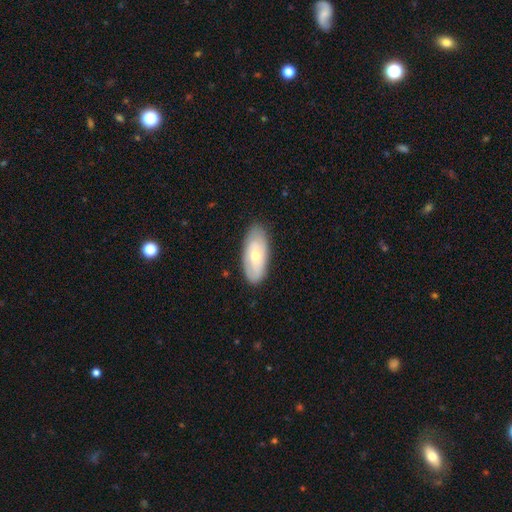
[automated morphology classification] A smooth galaxy with no disk features (52%) that is in between round and cigar-shaped (86%). Merging: none (85%).